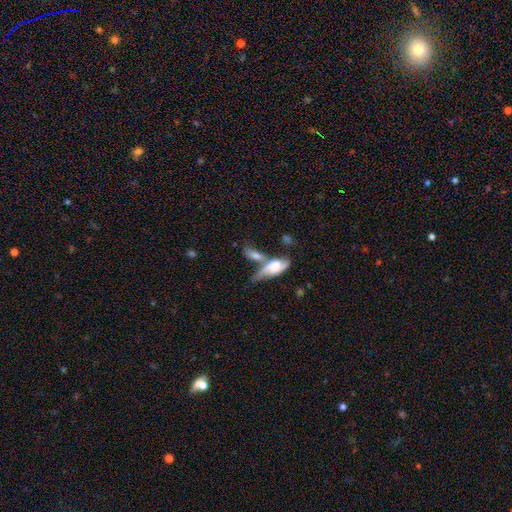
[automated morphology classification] smooth_or_featured: smooth (p=0.57) [alt: featured or disk p=0.34]
how_rounded: in between (p=0.62) [alt: cigar-shaped p=0.33]
merging: merger (p=0.55) [alt: none p=0.26]